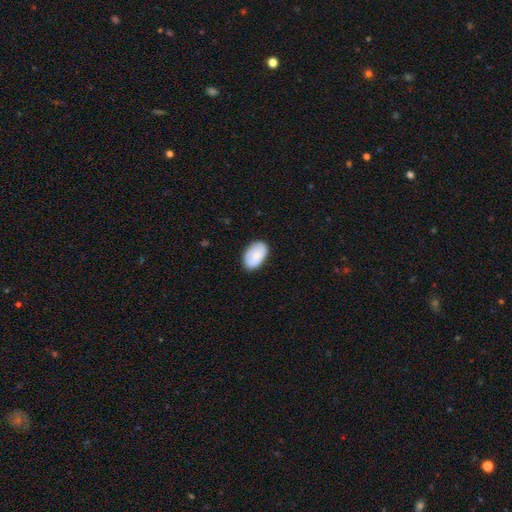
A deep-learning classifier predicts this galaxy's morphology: smooth_or_featured: smooth (p=0.81) [alt: featured or disk p=0.13]
how_rounded: in between (p=0.92) [alt: round p=0.07]
merging: none (p=0.83) [alt: minor disturbance p=0.14]